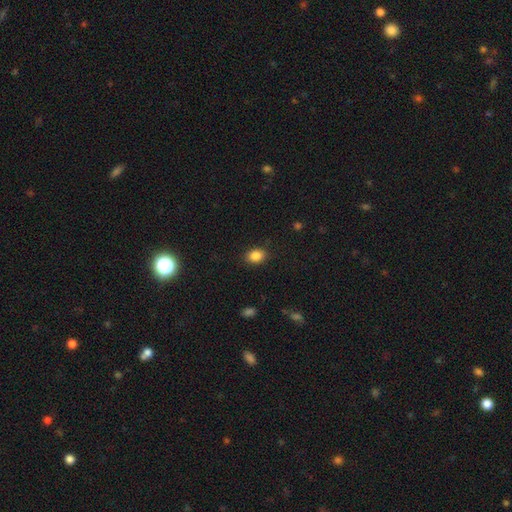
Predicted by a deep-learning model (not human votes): Smooth or featured? Predicted: smooth (p=0.86). How rounded? Predicted: in between (p=0.60). Merging? Predicted: none (p=0.87).